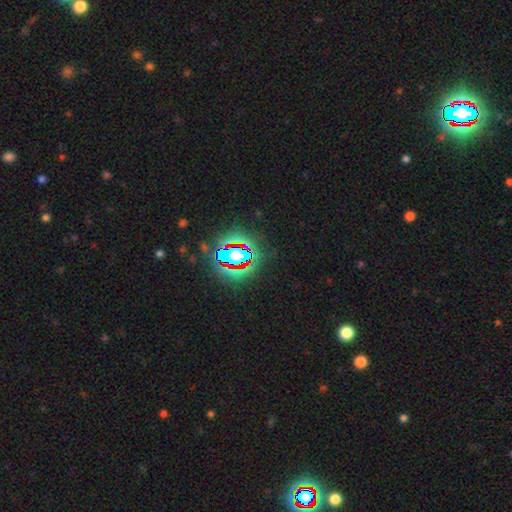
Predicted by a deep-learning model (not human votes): Morphology: type=star or artifact (79%).